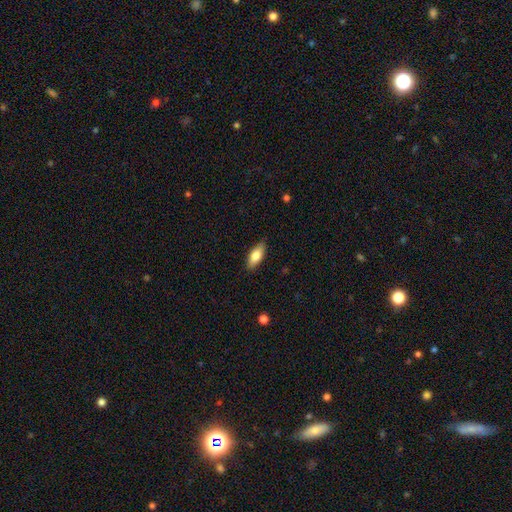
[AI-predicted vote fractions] smooth-or-featured: smooth: 78% | featured or disk: 16% | star or artifact: 6%
  how-rounded: in between: 79% | cigar-shaped: 19% | round: 2%
  merging: none: 86% | minor disturbance: 11% | major disturbance: 2% | merger: 1%